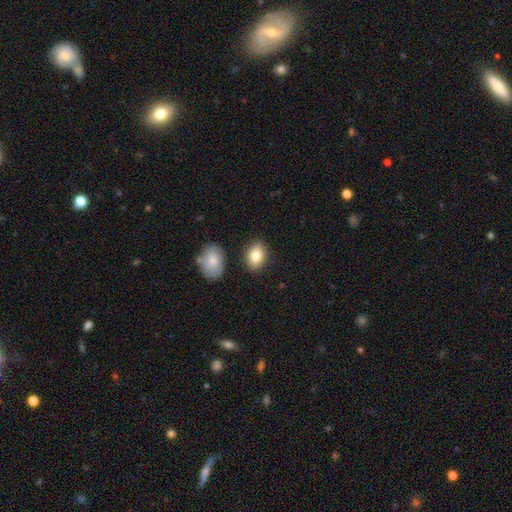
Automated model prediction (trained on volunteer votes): Smooth or featured?
  - smooth: 83% *
  - featured or disk: 9%
  - star or artifact: 7%
How rounded?
  - in between: 80% *
  - round: 18%
  - cigar-shaped: 1%
Merging?
  - none: 83% *
  - minor disturbance: 11%
  - merger: 4%
  - major disturbance: 2%